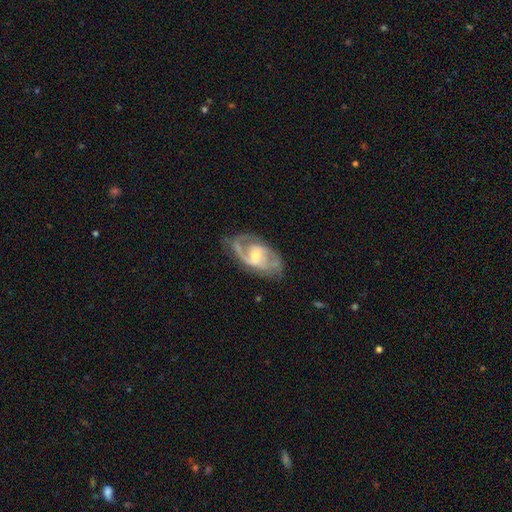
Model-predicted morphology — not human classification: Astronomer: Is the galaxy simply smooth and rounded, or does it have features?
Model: featured or disk — 85%.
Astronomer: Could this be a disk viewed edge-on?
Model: no — 96%.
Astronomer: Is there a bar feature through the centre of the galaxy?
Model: weak — 48% (runner-up: no, 39%).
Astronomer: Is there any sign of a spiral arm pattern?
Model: yes — 93%.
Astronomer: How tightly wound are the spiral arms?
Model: medium — 50% (runner-up: tight, 32%).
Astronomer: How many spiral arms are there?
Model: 2 — 69%.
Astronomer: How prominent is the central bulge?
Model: moderate — 51% (runner-up: small, 43%).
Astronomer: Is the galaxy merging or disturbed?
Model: none — 66%.